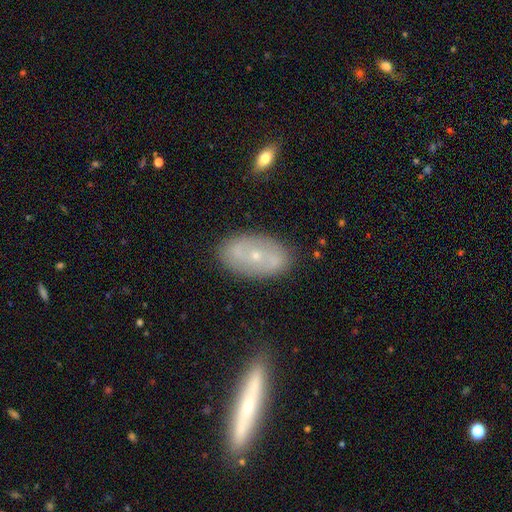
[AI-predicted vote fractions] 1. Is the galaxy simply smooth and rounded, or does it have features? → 57% featured or disk, 34% smooth, 9% star or artifact.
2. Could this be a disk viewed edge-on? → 89% no, 11% yes.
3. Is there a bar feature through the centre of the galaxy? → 70% no, 21% weak, 10% strong.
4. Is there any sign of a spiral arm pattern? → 61% no, 39% yes.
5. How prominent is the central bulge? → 72% small, 24% moderate, 1% none, 1% large, 1% dominant.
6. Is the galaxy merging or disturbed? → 79% none, 13% minor disturbance, 4% merger, 3% major disturbance.